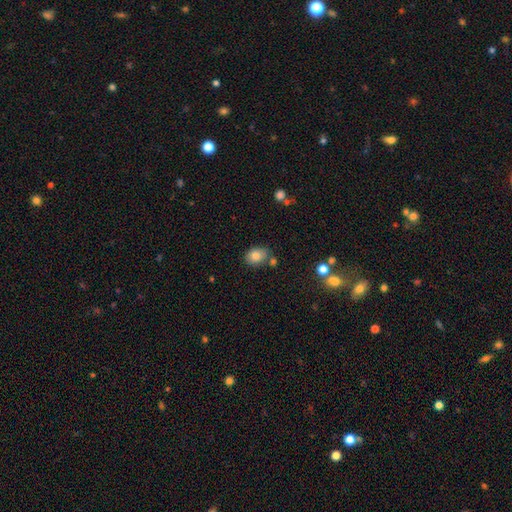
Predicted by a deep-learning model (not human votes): Smooth or featured: smooth — 82% (featured or disk — 9%)
How rounded: in between — 68% (round — 31%)
Merging: none — 68% (minor disturbance — 17%)